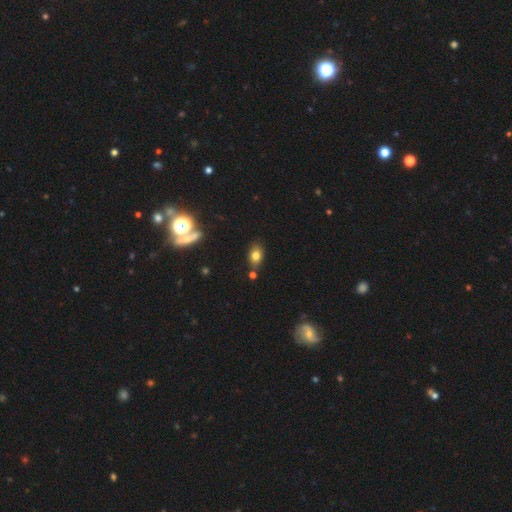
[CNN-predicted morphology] type=smooth (76%); roundness=in between (76%); merging=none (76%).